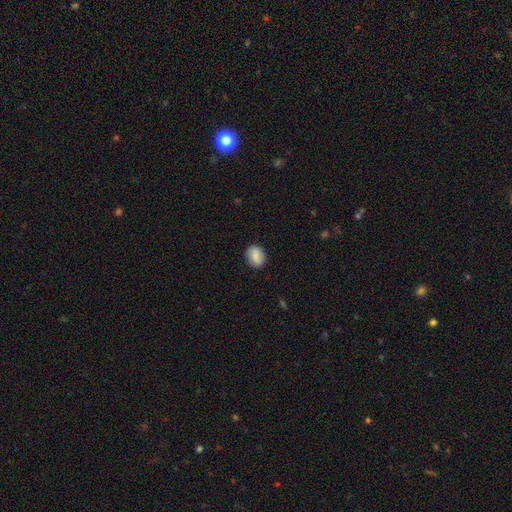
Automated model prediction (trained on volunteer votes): smooth_or_featured: smooth (p=0.82) [alt: featured or disk p=0.11]
how_rounded: in between (p=0.51) [alt: round p=0.47]
merging: none (p=0.86) [alt: minor disturbance p=0.10]